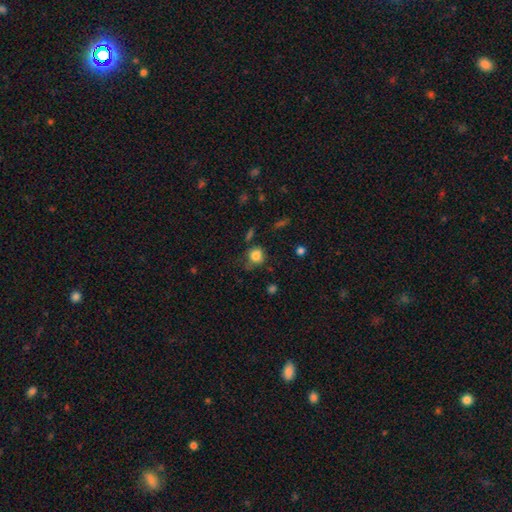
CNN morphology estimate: Smooth or featured? smooth (81%)
How rounded? round (75%)
Merging? none (56%)